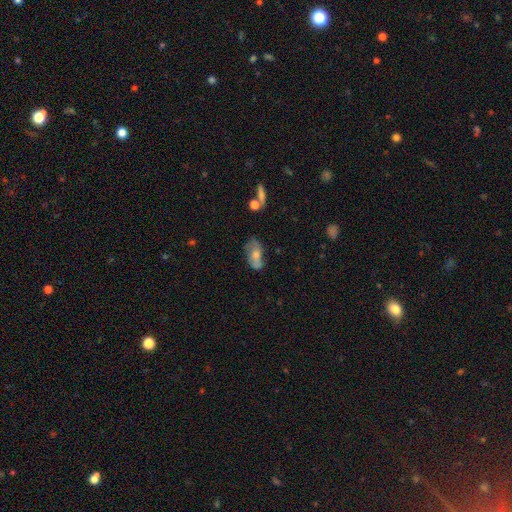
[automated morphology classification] Smooth or featured? Predicted: smooth (p=0.55). How rounded? Predicted: in between (p=0.88). Merging? Predicted: none (p=0.56).